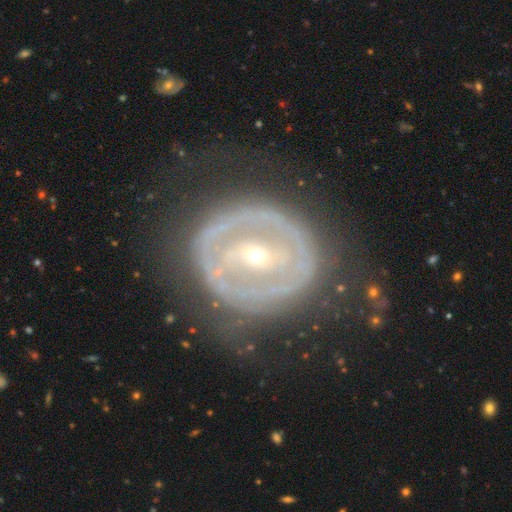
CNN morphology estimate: A featured or disk galaxy (81%) with a strong bar (48%), no spiral arms (52%) and a small central bulge (76%).

Vote fractions:
- Smooth or featured? featured or disk: 81% / smooth: 13% / star or artifact: 6%
- Edge-on disk? no: 95% / yes: 5%
- Bar? strong: 48% / weak: 30% / no: 21%
- Spiral arms? no: 52% / yes: 48%
- Bulge size? small: 76% / moderate: 20% / large: 1% / none: 1% / dominant: 1%
- Merging? none: 66% / minor disturbance: 18% / major disturbance: 15% / merger: 2%